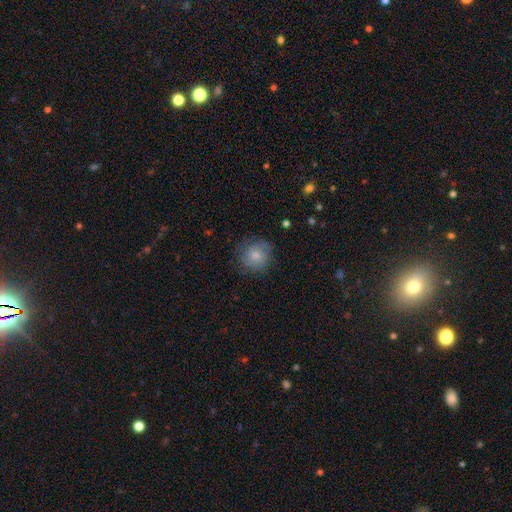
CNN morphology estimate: smooth_or_featured: smooth (p=0.72) [alt: featured or disk p=0.20]
how_rounded: round (p=0.89) [alt: in between p=0.10]
merging: none (p=0.76) [alt: minor disturbance p=0.17]